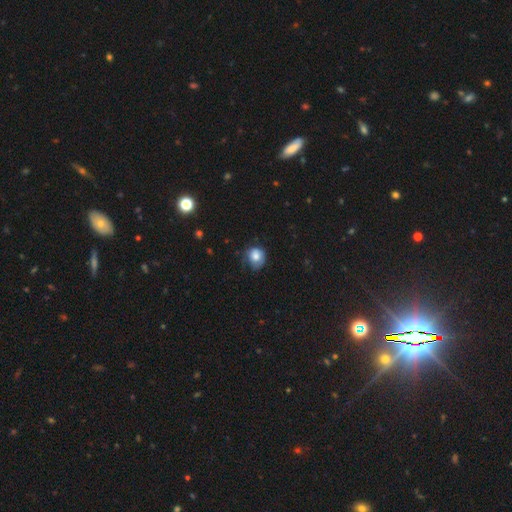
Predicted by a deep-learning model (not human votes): A smooth galaxy with no disk features (79%) that is round (73%). Merging: none (54%).